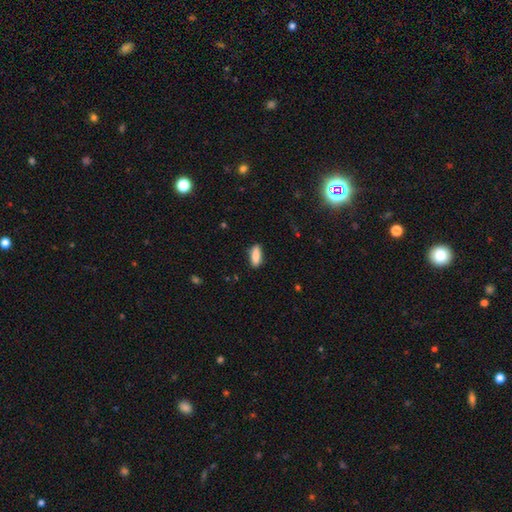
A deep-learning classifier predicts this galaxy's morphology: The model was most divided on "how rounded": in between: 66%, cigar-shaped: 32%, round: 2%. More confident: smooth or featured — smooth (87%); merging — none (86%).